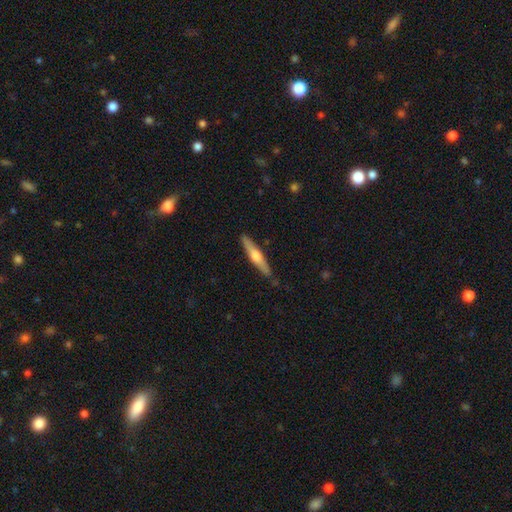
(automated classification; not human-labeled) Morphology: type=featured or disk (58%); edge-on=yes (96%); edge-on bulge=rounded (86%); merging=none (87%).